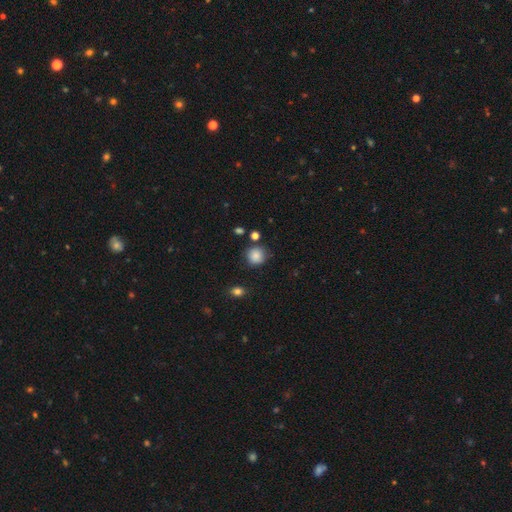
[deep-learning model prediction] A smooth galaxy with no disk features (86%) that is round (90%). Merging: none (81%).